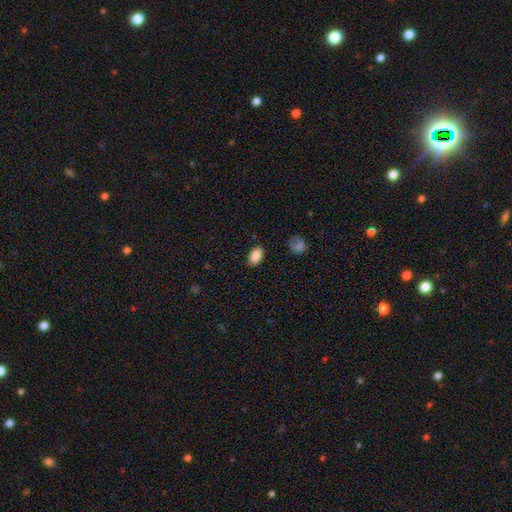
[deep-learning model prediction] Smooth or featured? Predicted: smooth (p=0.88). How rounded? Predicted: in between (p=0.90). Merging? Predicted: none (p=0.85).